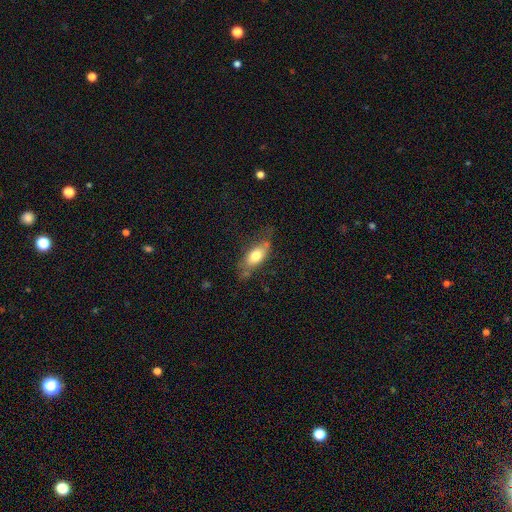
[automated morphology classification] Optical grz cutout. It shows a smooth galaxy with no disk features (69%) that is in between round and cigar-shaped (78%). Merging: none (59%).